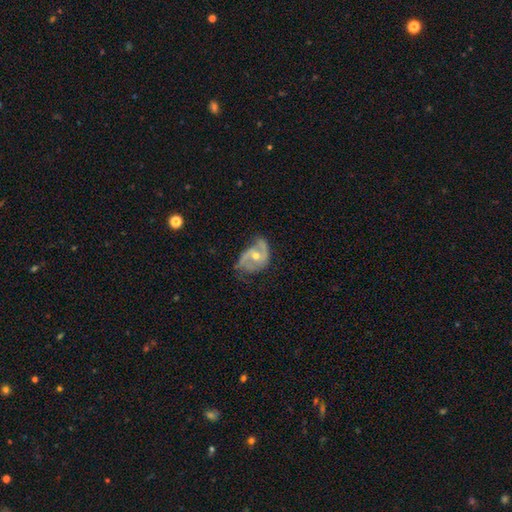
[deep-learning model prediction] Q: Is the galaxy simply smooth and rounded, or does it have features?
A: featured or disk — 81%.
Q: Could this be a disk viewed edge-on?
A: no — 97%.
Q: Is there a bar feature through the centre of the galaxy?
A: no — 53%.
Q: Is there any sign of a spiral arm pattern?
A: yes — 91%.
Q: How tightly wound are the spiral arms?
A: medium — 46%.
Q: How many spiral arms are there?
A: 2 — 79%.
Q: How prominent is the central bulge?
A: moderate — 64%.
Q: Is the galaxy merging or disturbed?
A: none — 51%.